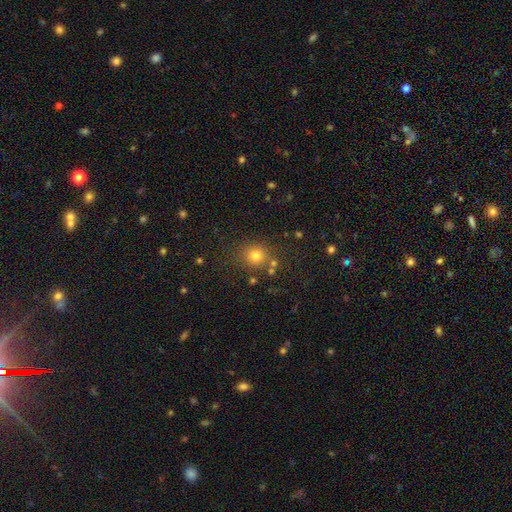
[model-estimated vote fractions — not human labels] Q: Smooth or featured?
A: smooth (77%); runner-up: star or artifact (16%)
Q: How rounded?
A: round (87%); runner-up: in between (12%)
Q: Merging?
A: none (78%); runner-up: minor disturbance (10%)